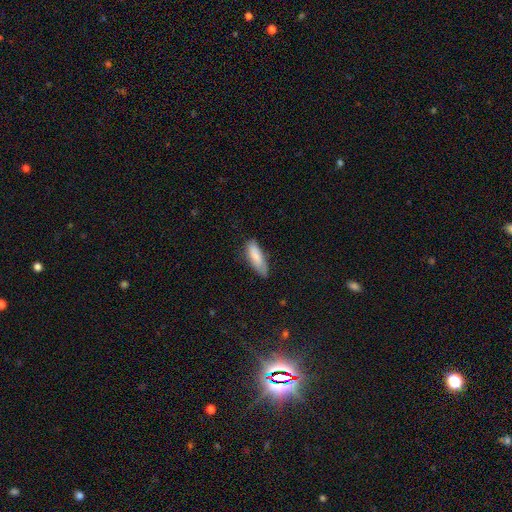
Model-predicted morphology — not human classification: A smooth galaxy with no disk features (84%) that is in between round and cigar-shaped (54%). Merging: none (69%).